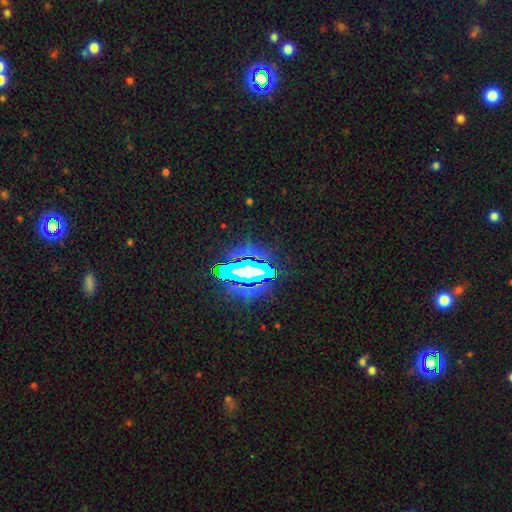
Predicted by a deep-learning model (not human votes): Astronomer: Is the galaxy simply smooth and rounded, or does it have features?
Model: star or artifact — 76%.